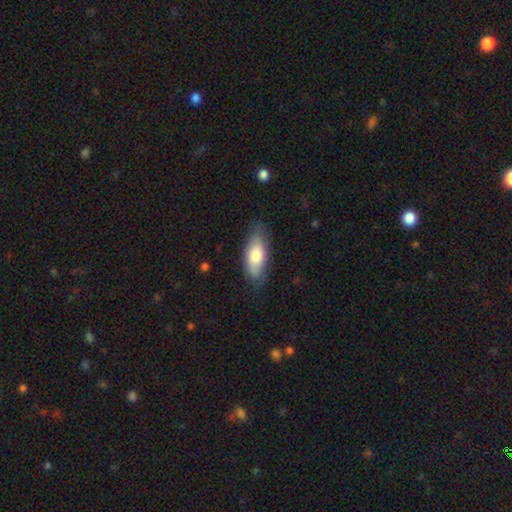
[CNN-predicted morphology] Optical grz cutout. It shows a smooth galaxy with no disk features (72%) that is in between round and cigar-shaped (80%). Merging: none (75%).